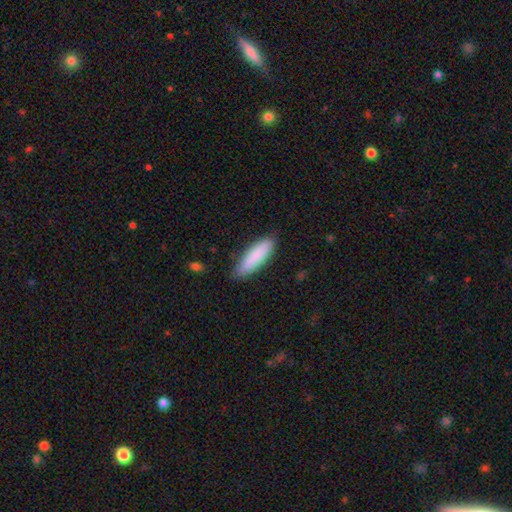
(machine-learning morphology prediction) Q: Smooth or featured?
A: smooth (86%); runner-up: featured or disk (8%)
Q: How rounded?
A: cigar-shaped (59%); runner-up: in between (39%)
Q: Merging?
A: none (83%); runner-up: minor disturbance (13%)